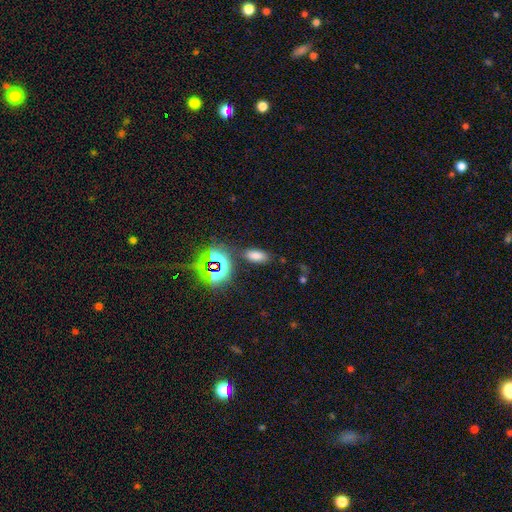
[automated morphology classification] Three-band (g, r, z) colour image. It shows a smooth galaxy with no disk features (66%) that is in between round and cigar-shaped (86%). Merging: none (81%).